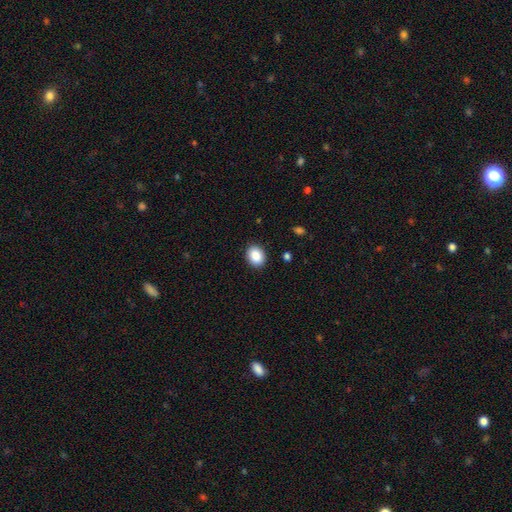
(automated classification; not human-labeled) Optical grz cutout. It shows a smooth galaxy with no disk features (87%) that is round (51%). Merging: none (90%).